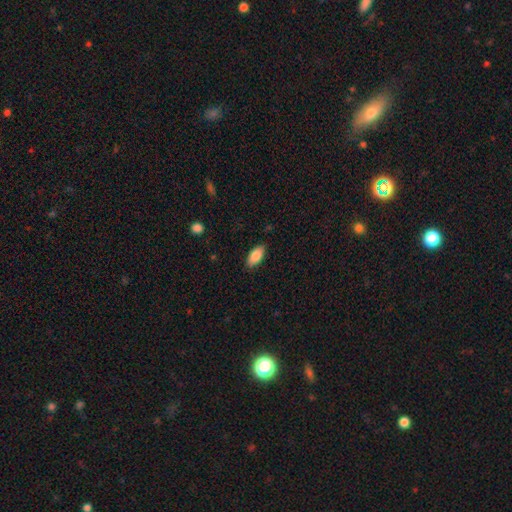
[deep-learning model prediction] The model was most divided on "merging": none: 86%, minor disturbance: 11%, major disturbance: 2%, merger: 1%. More confident: how rounded — in between (88%); smooth or featured — smooth (87%).